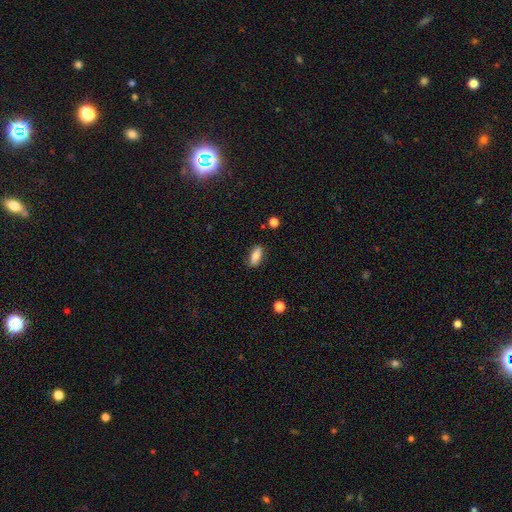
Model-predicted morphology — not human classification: smooth-or-featured: smooth: 77% | featured or disk: 15% | star or artifact: 8%
  how-rounded: in between: 75% | cigar-shaped: 22% | round: 4%
  merging: none: 84% | minor disturbance: 12% | major disturbance: 2% | merger: 2%